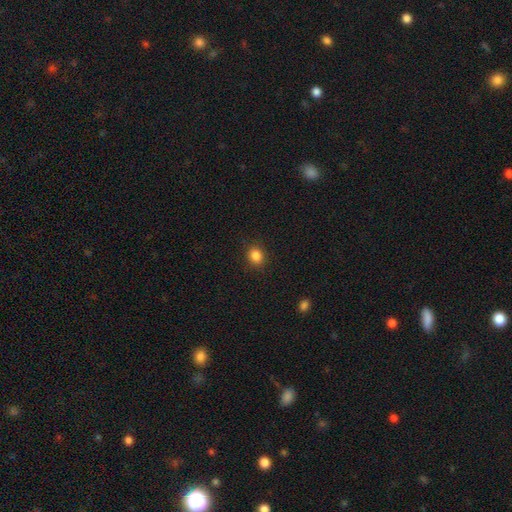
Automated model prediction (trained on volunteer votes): Smooth or featured? Predicted: smooth (p=0.85). How rounded? Predicted: round (p=0.67). Merging? Predicted: none (p=0.89).